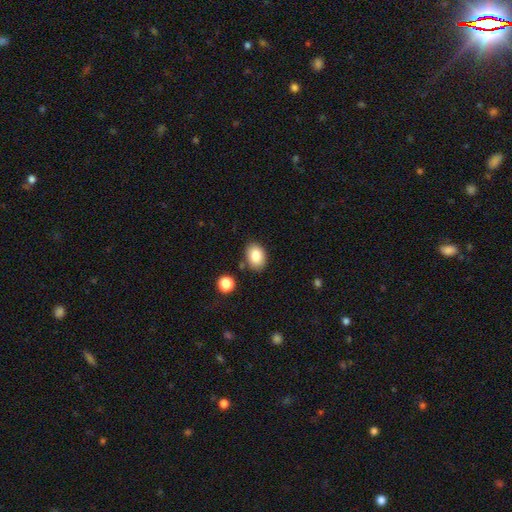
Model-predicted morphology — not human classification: Overall: smooth (85%). How rounded: in between (77%). Merging: none (82%).